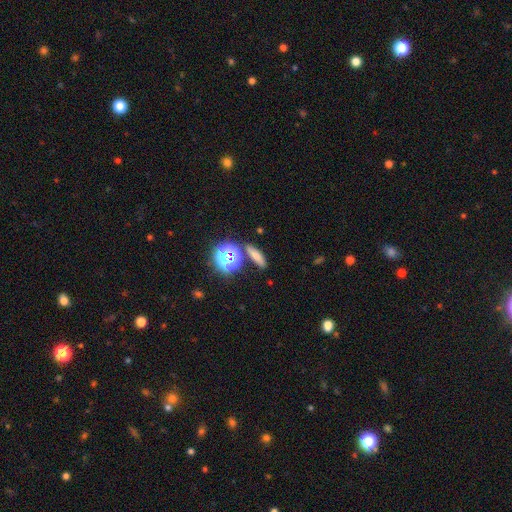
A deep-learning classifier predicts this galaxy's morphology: This is likely a smooth galaxy (66%). How rounded: possibly cigar-shaped (53%). Merging: clearly none (81%).